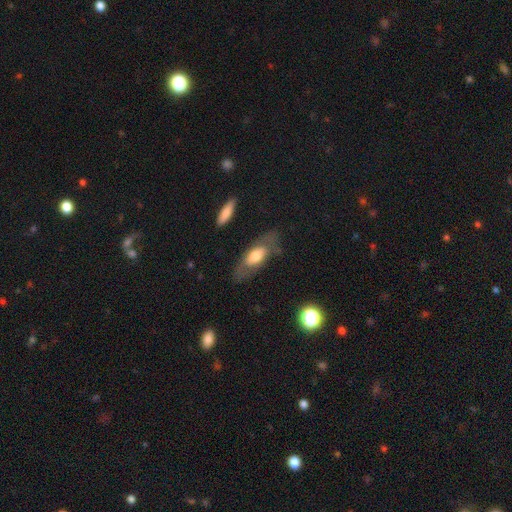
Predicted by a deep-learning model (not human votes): Morphology: type=smooth (53%); roundness=in between (76%); merging=none (69%).